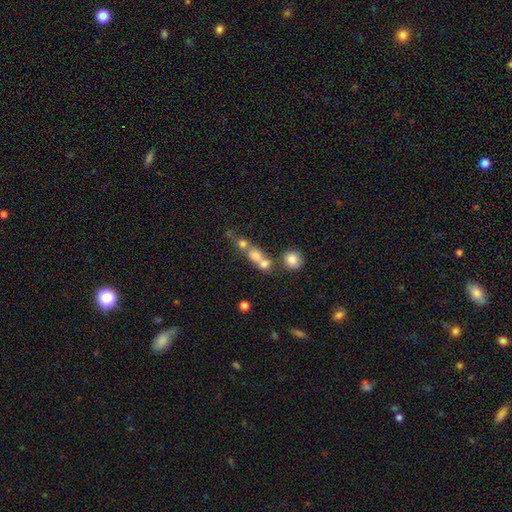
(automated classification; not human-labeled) This appears to be a smooth galaxy with no disk features (66%) that is round (71%). Merging: merger (60%).